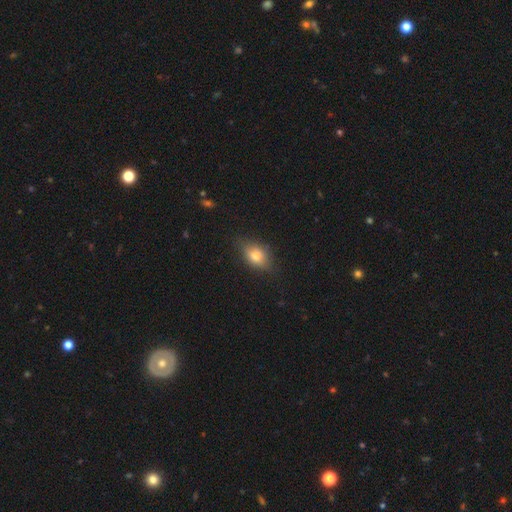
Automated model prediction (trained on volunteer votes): This is likely a smooth galaxy (67%). How rounded: likely in between (74%). Merging: likely none (75%).